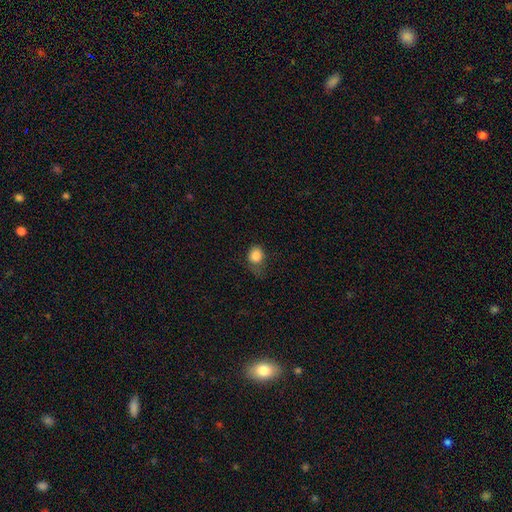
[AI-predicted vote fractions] Q: Smooth or featured?
A: smooth (85%); runner-up: star or artifact (10%)
Q: How rounded?
A: round (63%); runner-up: in between (36%)
Q: Merging?
A: none (47%); runner-up: minor disturbance (33%)